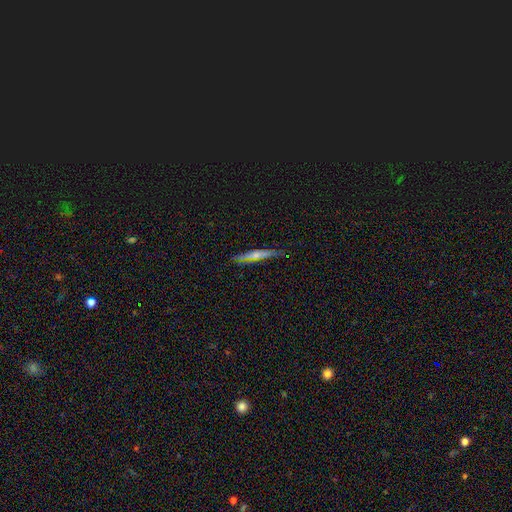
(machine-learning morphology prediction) Smooth or featured: smooth — 48% (featured or disk — 41%)
Merging: none — 84% (minor disturbance — 12%)